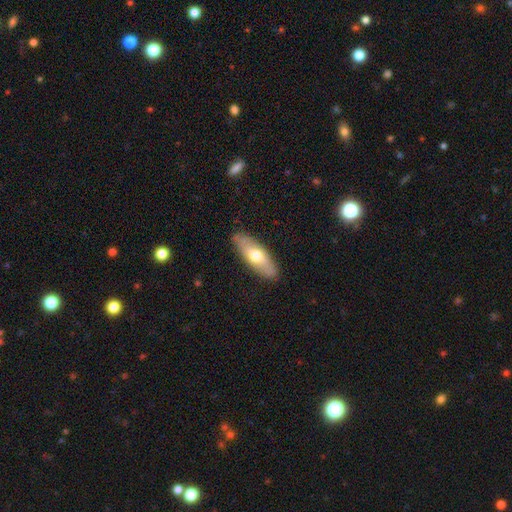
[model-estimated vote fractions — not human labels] Morphology: type=smooth (61%); roundness=in between (59%); merging=none (85%).